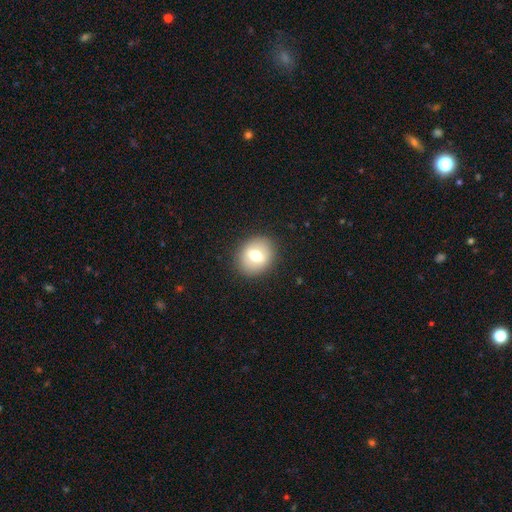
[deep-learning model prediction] Smooth or featured? Predicted: smooth (p=0.60). How rounded? Predicted: round (p=0.65). Merging? Predicted: none (p=0.88).